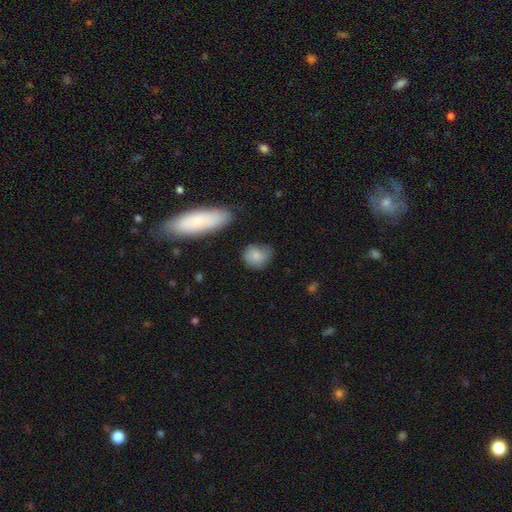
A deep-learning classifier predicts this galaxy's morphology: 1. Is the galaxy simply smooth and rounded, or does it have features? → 81% smooth, 12% featured or disk, 7% star or artifact.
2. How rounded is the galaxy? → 67% round, 31% in between, 2% cigar-shaped.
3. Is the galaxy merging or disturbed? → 67% none, 24% minor disturbance, 6% major disturbance, 4% merger.